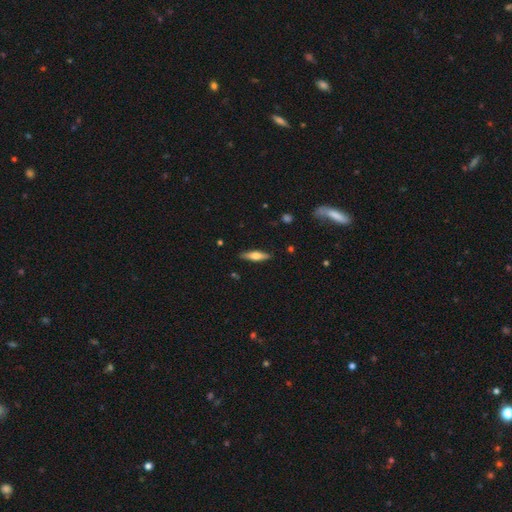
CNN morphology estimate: Smooth or featured? Predicted: smooth (p=0.53). How rounded? Predicted: cigar-shaped (p=0.67). Merging? Predicted: none (p=0.88).